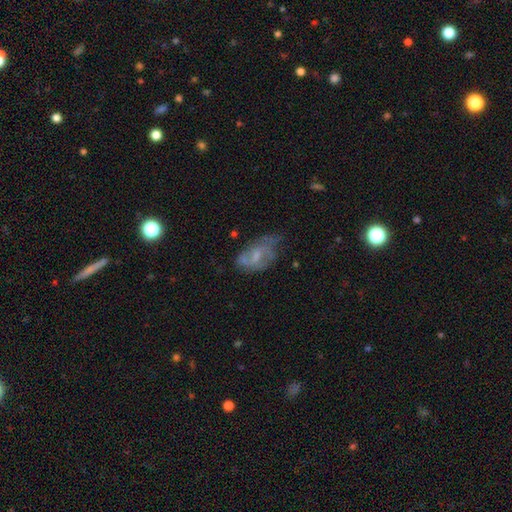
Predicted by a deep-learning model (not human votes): featured or disk 52%, smooth 38%, star or artifact 11%. Down the decision tree: edge-on disk — no (95%); merging — none (41%).